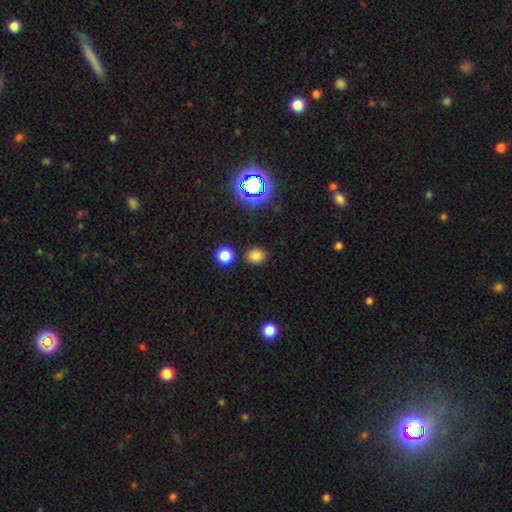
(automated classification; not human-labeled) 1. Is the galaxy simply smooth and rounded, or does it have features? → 76% smooth, 19% star or artifact, 5% featured or disk.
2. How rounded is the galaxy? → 56% round, 43% in between, 1% cigar-shaped.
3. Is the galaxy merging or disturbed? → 84% none, 9% minor disturbance, 4% merger, 3% major disturbance.